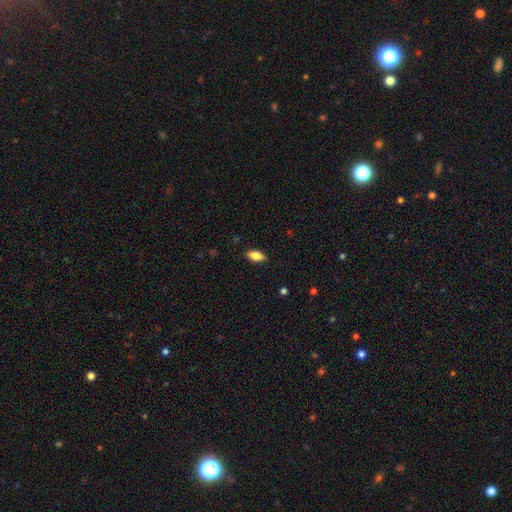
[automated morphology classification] A smooth galaxy with no disk features (82%) that is in between round and cigar-shaped (87%).

Vote fractions:
- Smooth or featured? smooth: 82% / featured or disk: 11% / star or artifact: 7%
- How rounded? in between: 87% / cigar-shaped: 10% / round: 3%
- Merging? none: 87% / minor disturbance: 10% / major disturbance: 2% / merger: 1%